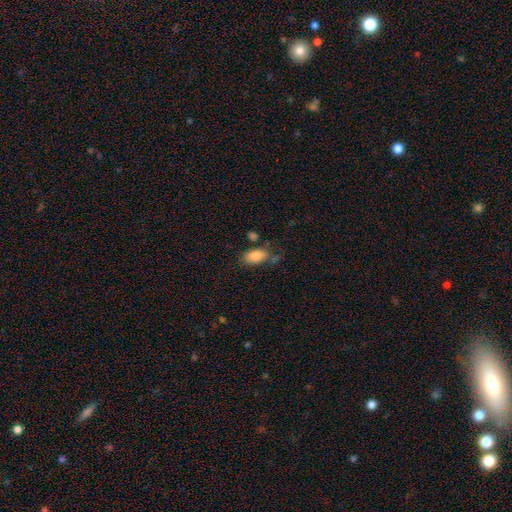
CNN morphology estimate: Smooth or featured? smooth (83%)
How rounded? in between (92%)
Merging? none (61%)